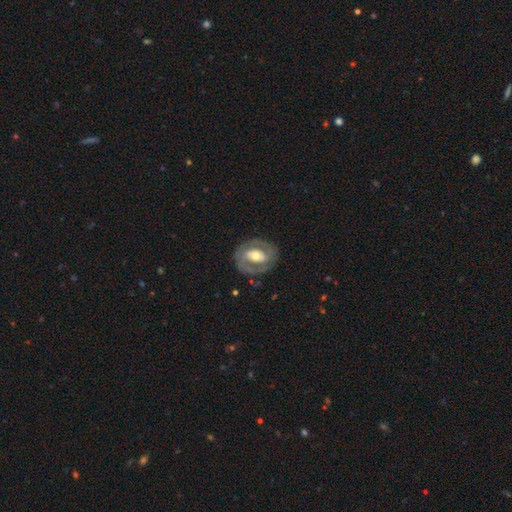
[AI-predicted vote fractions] The model was most divided on "bar": no: 45%, weak: 32%, strong: 24%. More confident: edge-on disk — no (96%); merging — none (78%); smooth or featured — featured or disk (75%); spiral arms — yes (66%); bulge size — moderate (66%).